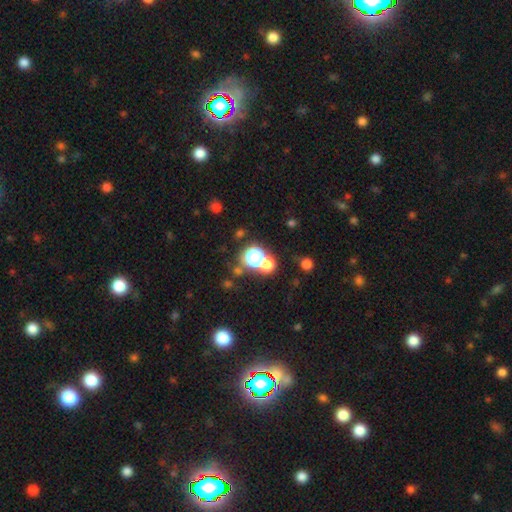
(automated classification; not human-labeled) Smooth or featured?
  - smooth: 61% *
  - star or artifact: 29%
  - featured or disk: 10%
How rounded?
  - round: 82% *
  - in between: 17%
  - cigar-shaped: 1%
Merging?
  - none: 54% *
  - merger: 33%
  - minor disturbance: 8%
  - major disturbance: 5%